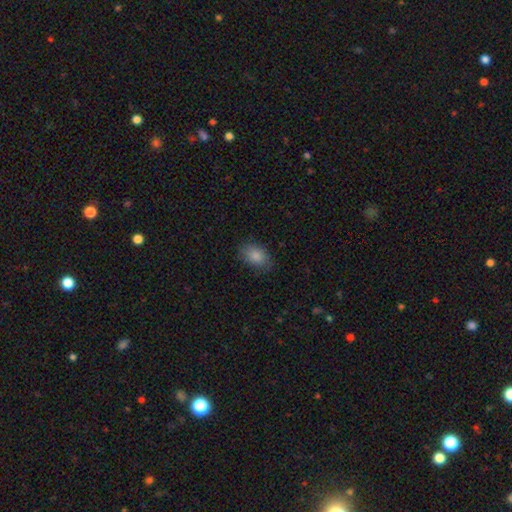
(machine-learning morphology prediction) Overall: smooth (85%). How rounded: in between (82%). Merging: none (78%).